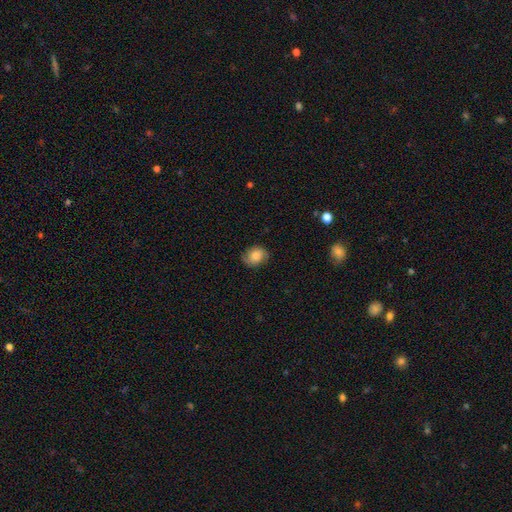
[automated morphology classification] This is likely a smooth galaxy (67%). How rounded: possibly in between (51%). Merging: likely none (78%).